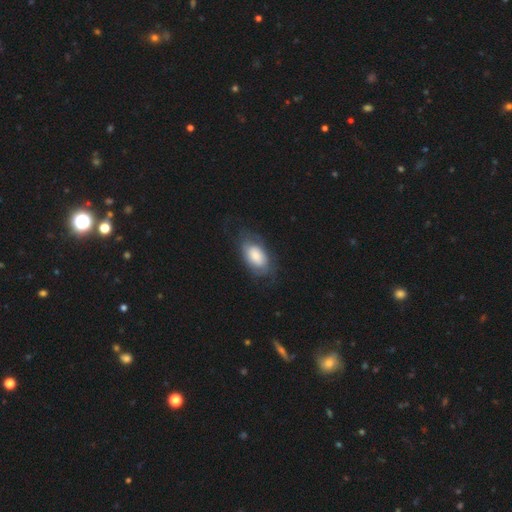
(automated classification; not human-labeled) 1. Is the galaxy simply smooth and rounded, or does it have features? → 63% smooth, 30% featured or disk, 7% star or artifact.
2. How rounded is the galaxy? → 93% in between, 4% round, 3% cigar-shaped.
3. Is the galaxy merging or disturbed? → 61% none, 23% minor disturbance, 14% major disturbance, 1% merger.